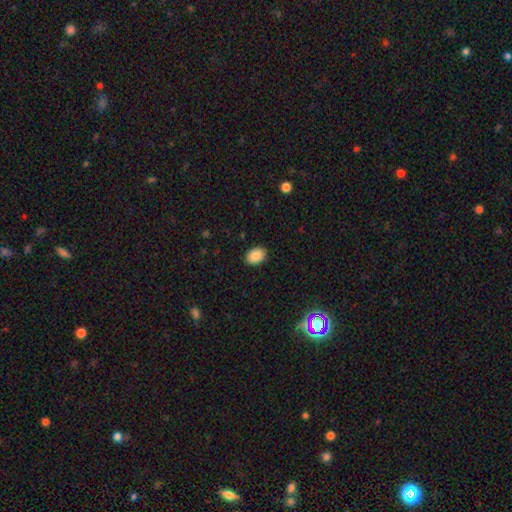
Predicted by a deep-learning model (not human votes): Q: Smooth or featured?
A: smooth (88%); runner-up: star or artifact (8%)
Q: How rounded?
A: in between (76%); runner-up: round (24%)
Q: Merging?
A: none (89%); runner-up: minor disturbance (8%)